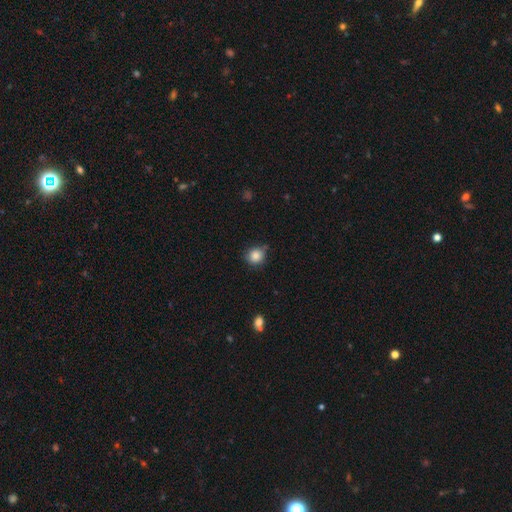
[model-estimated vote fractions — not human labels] Q: Smooth or featured?
A: smooth (85%); runner-up: star or artifact (10%)
Q: How rounded?
A: round (86%); runner-up: in between (13%)
Q: Merging?
A: none (71%); runner-up: minor disturbance (21%)